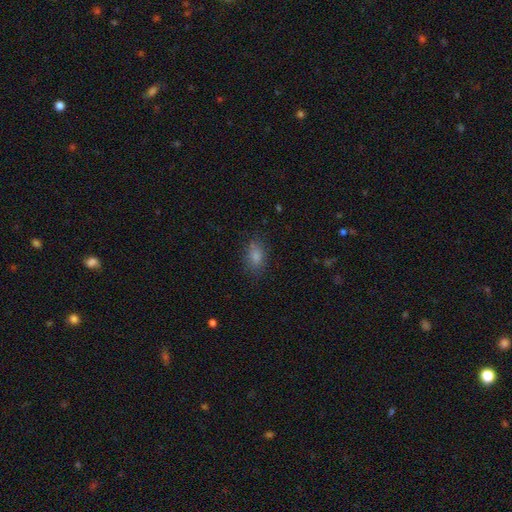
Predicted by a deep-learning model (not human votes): Smooth or featured? Predicted: smooth (p=0.82). How rounded? Predicted: in between (p=0.86). Merging? Predicted: none (p=0.78).